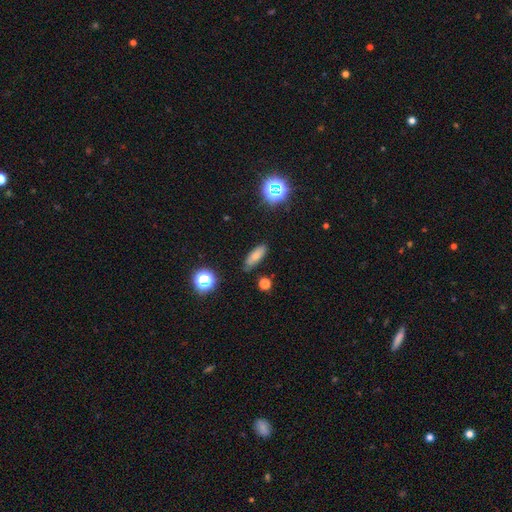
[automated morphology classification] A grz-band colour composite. It shows a smooth galaxy with no disk features (73%) that is in between round and cigar-shaped (66%). Merging: none (80%).